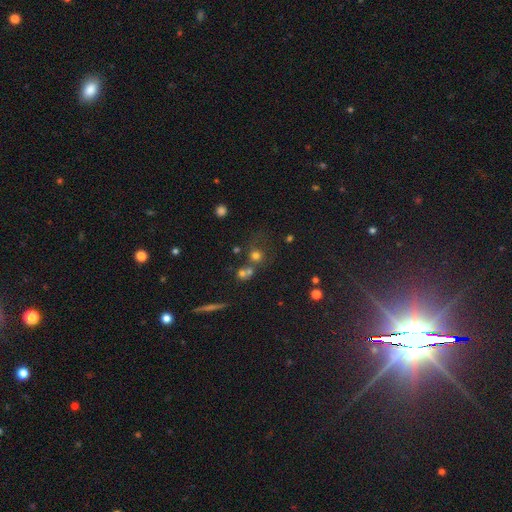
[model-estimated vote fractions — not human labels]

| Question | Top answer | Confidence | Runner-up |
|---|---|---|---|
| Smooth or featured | smooth | 65% | star or artifact (22%) |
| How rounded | round | 88% | in between (11%) |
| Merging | none | 50% | merger (34%) |